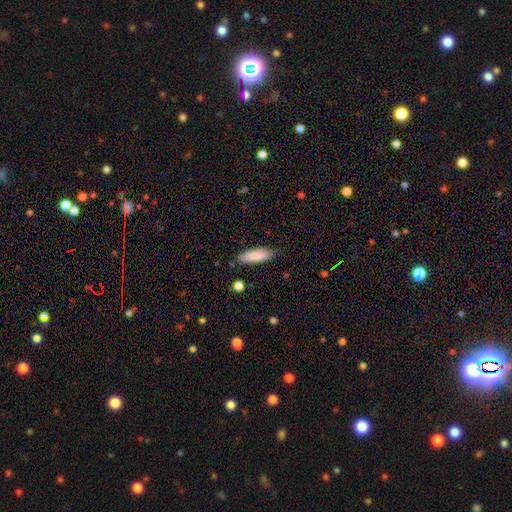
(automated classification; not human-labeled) smooth_or_featured: smooth (p=0.83) [alt: featured or disk p=0.11]
how_rounded: in between (p=0.56) [alt: cigar-shaped p=0.43]
merging: none (p=0.78) [alt: minor disturbance p=0.17]